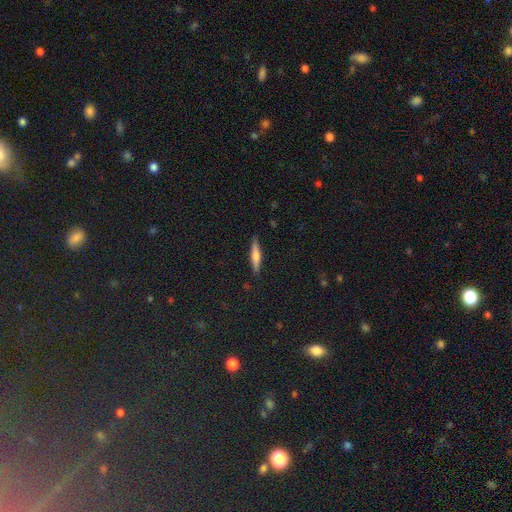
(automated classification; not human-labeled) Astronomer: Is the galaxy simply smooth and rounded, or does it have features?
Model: smooth — 49% (runner-up: featured or disk, 44%).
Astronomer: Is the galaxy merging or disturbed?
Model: none — 89%.